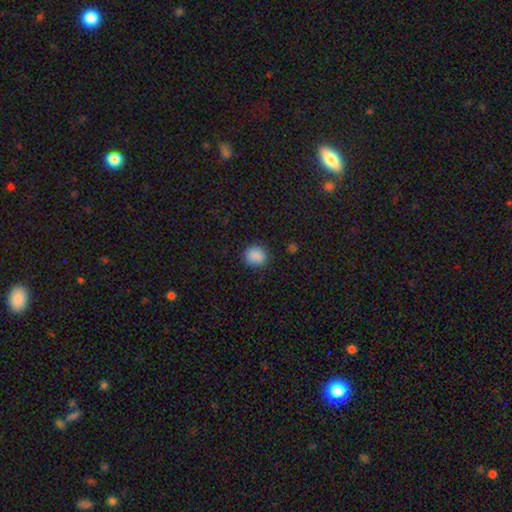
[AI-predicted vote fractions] Overall: smooth (88%). How rounded: round (74%). Merging: none (86%).